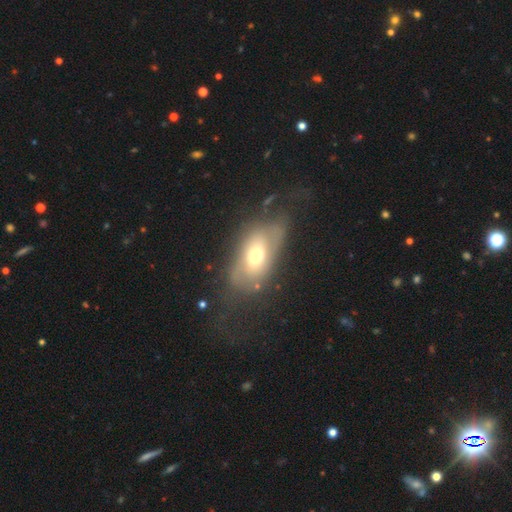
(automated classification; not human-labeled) smooth 53%, featured or disk 38%, star or artifact 9%. Down the decision tree: how rounded — in between (86%); merging — none (46%).